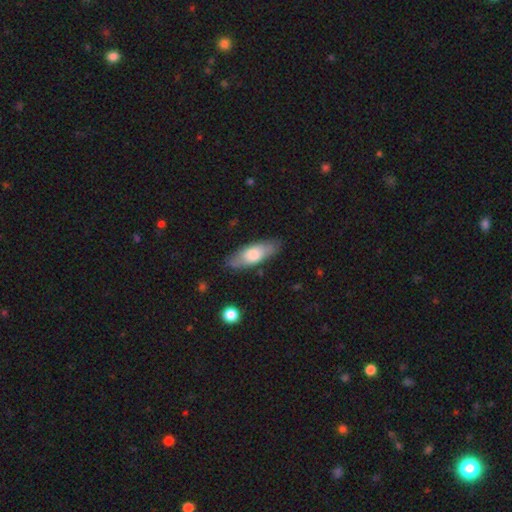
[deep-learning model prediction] This appears to be a smooth galaxy with no disk features (60%) that is in between round and cigar-shaped (64%). Merging: none (83%).